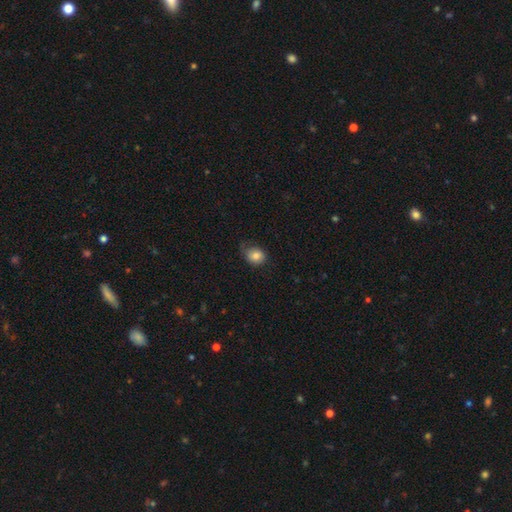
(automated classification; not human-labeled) Smooth or featured? smooth (80%)
How rounded? round (59%)
Merging? none (56%)